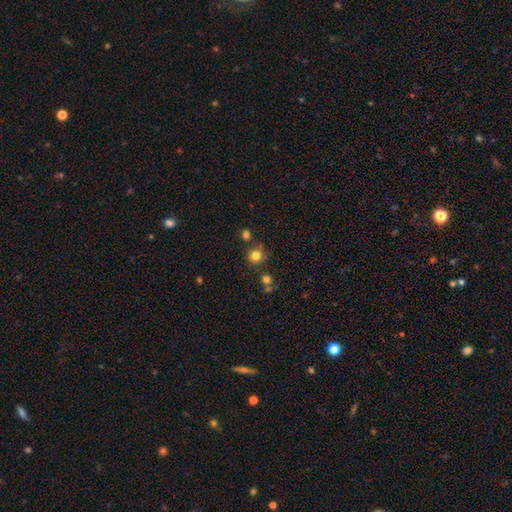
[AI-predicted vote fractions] This appears to be a smooth galaxy with no disk features (79%) that is round (90%). Merging: none (74%).